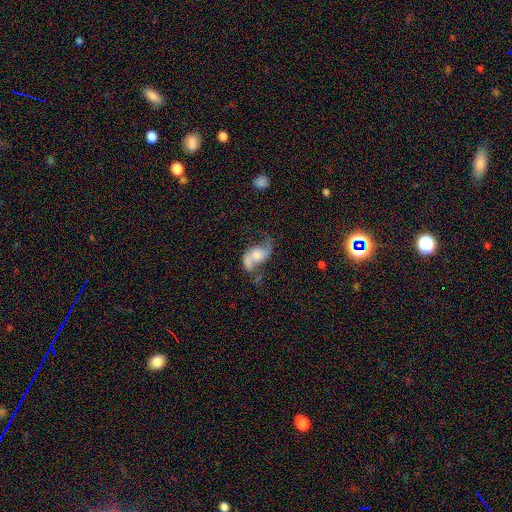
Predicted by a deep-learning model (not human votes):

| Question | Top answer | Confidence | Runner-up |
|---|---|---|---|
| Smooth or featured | featured or disk | 68% | smooth (24%) |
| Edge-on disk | no | 96% | yes (4%) |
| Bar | no | 65% | weak (27%) |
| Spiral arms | yes | 85% | no (15%) |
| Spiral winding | loose | 69% | medium (24%) |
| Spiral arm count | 2 | 87% | 1 (7%) |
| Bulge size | moderate | 38% | large (23%) |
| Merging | none | 36% | merger (23%) |